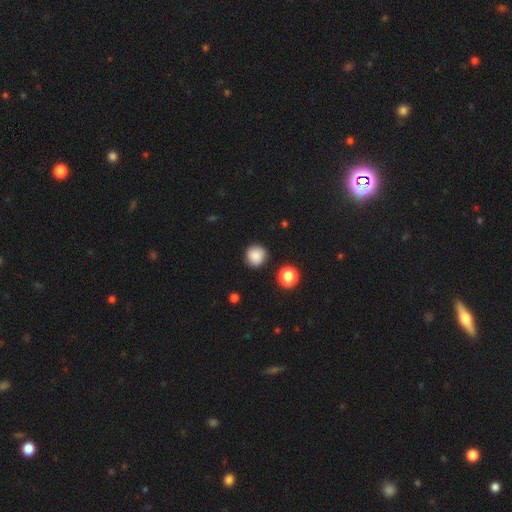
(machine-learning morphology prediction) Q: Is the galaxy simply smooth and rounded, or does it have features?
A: smooth — 85%.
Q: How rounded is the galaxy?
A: round — 93%.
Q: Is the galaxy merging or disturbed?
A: none — 88%.